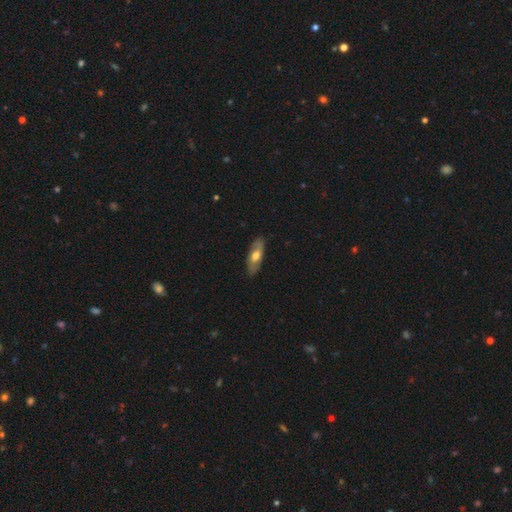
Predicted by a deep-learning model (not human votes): Smooth or featured: smooth — 47% (tied with featured or disk — 47%)
Merging: none — 83% (minor disturbance — 13%)